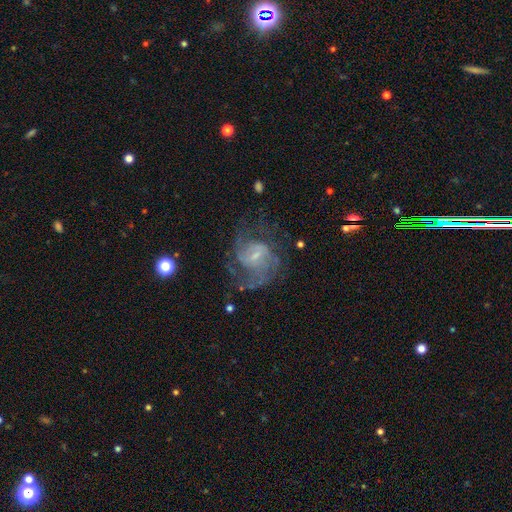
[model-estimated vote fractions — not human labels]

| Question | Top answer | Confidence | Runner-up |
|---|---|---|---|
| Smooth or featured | featured or disk | 80% | smooth (12%) |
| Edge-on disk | no | 98% | yes (2%) |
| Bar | weak | 56% | no (29%) |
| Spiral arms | yes | 88% | no (12%) |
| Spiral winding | medium | 48% | tight (29%) |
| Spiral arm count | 2 | 35% | can't tell (31%) |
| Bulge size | small | 63% | moderate (24%) |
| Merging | none | 51% | major disturbance (27%) |